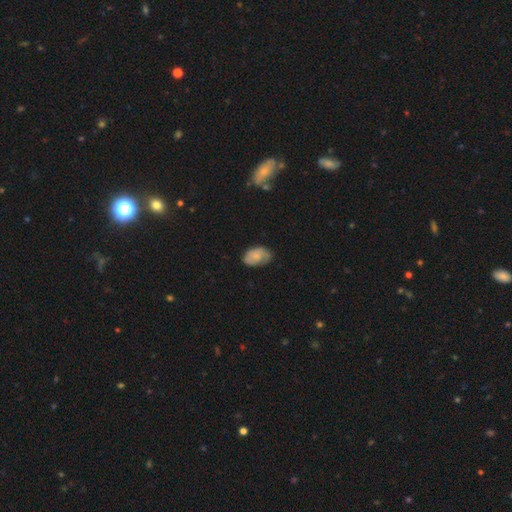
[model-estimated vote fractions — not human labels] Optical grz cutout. It shows a smooth galaxy with no disk features (73%) that is in between round and cigar-shaped (90%). Merging: none (68%).